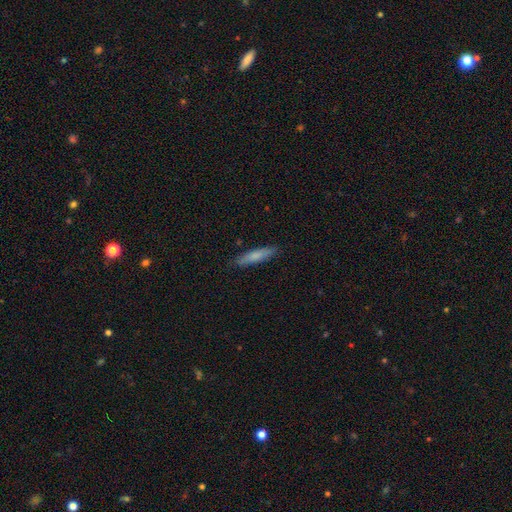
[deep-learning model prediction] A smooth galaxy with no disk features (76%) that is cigar-shaped (87%). Merging: none (88%).